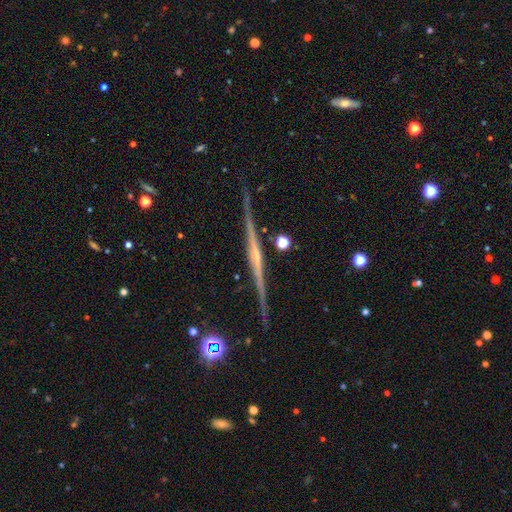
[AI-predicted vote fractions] This is clearly a featured or disk galaxy (84%). It is clearly viewed edge-on (98%). Edge-on bulge: possibly rounded (47%). Merging: clearly none (89%).